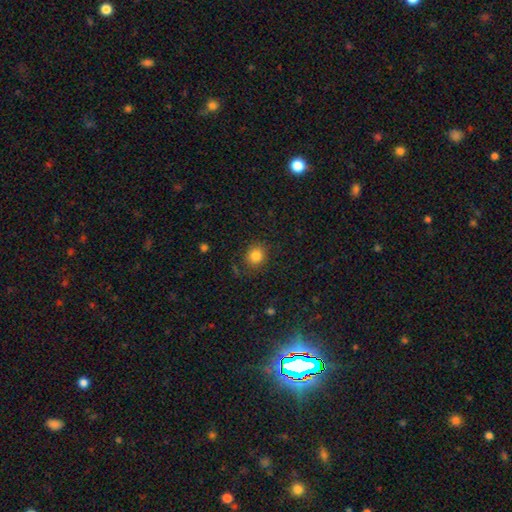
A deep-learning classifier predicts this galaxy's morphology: This appears to be a smooth galaxy with no disk features (83%) that is round (81%). Merging: none (81%).